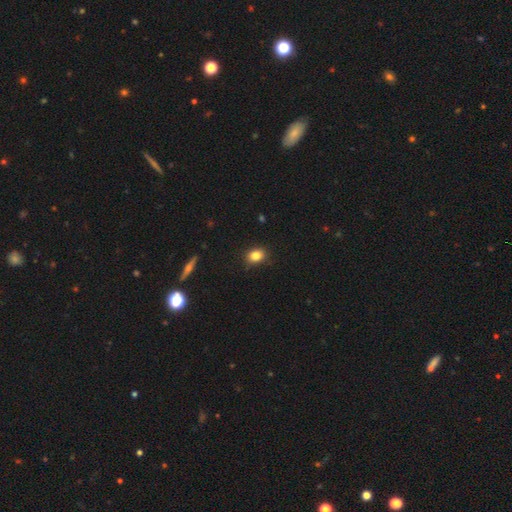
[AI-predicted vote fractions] Smooth or featured?
  - smooth: 83% *
  - star or artifact: 10%
  - featured or disk: 7%
How rounded?
  - in between: 55% *
  - round: 44%
  - cigar-shaped: 2%
Merging?
  - none: 83% *
  - minor disturbance: 13%
  - major disturbance: 2%
  - merger: 1%